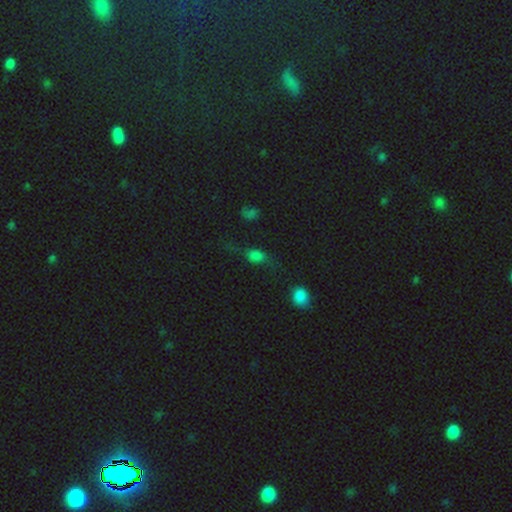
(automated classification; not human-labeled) A smooth galaxy with no disk features (59%) that is in between round and cigar-shaped (60%).

Vote fractions:
- Smooth or featured? smooth: 59% / star or artifact: 22% / featured or disk: 18%
- How rounded? in between: 60% / round: 29% / cigar-shaped: 11%
- Merging? none: 51% / minor disturbance: 22% / major disturbance: 20% / merger: 7%